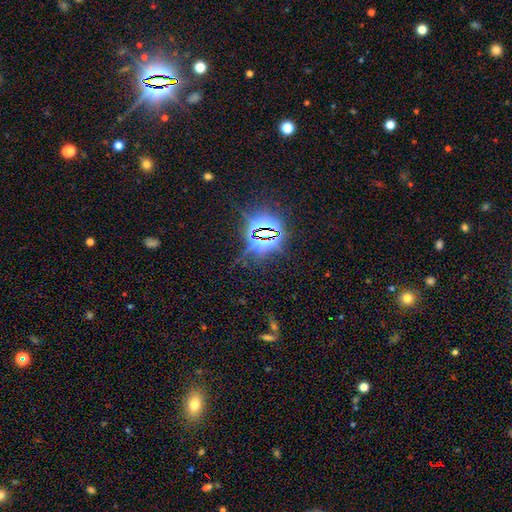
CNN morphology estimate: smooth-or-featured: star or artifact: 83% | smooth: 9% | featured or disk: 7%